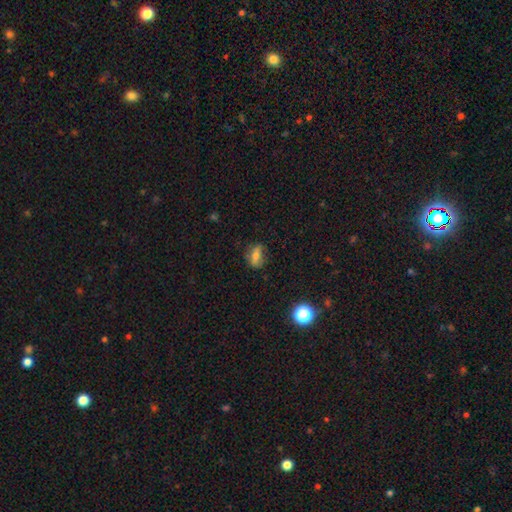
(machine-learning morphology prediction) smooth_or_featured: smooth (p=0.60) [alt: featured or disk p=0.25]
how_rounded: in between (p=0.66) [alt: round p=0.20]
merging: none (p=0.72) [alt: minor disturbance p=0.19]